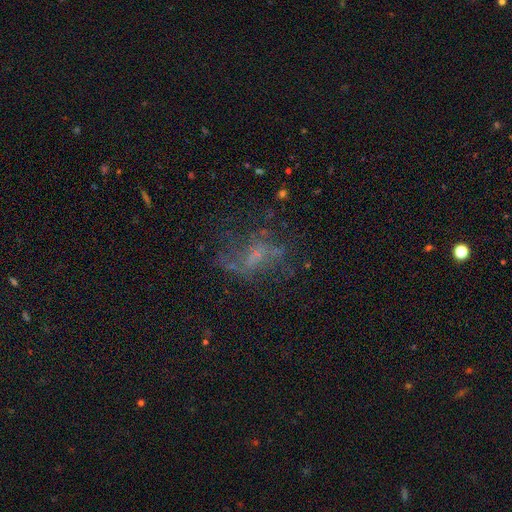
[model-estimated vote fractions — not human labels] This appears to be a featured or disk galaxy (53%) with no bar (62%), no spiral arms (58%) and a small central bulge (43%). Merging: none (47%).